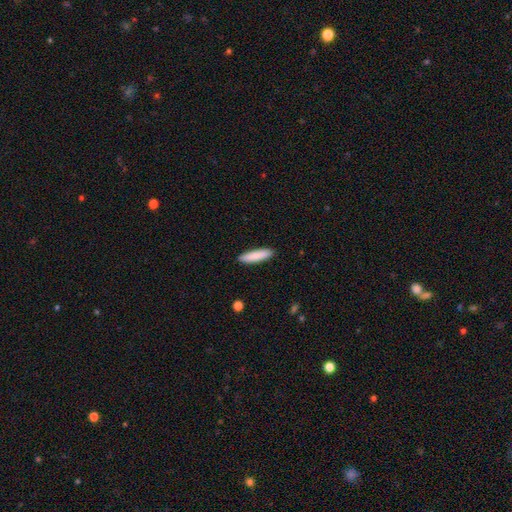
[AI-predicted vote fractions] smooth 85%, featured or disk 9%, star or artifact 6%. Down the decision tree: how rounded — cigar-shaped (74%); merging — none (91%).